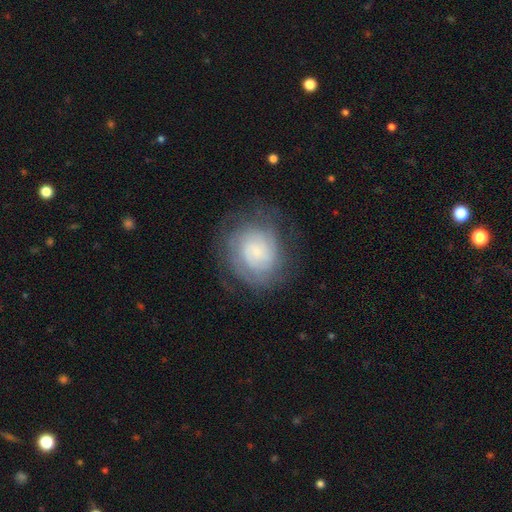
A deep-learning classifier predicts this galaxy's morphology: This is possibly a featured or disk galaxy (59%). It is clearly not viewed edge-on (97%). Bar: likely no (74%). Spiral arm pattern: clearly yes (86%). Central bulge: possibly small (56%). Merging: likely none (75%).